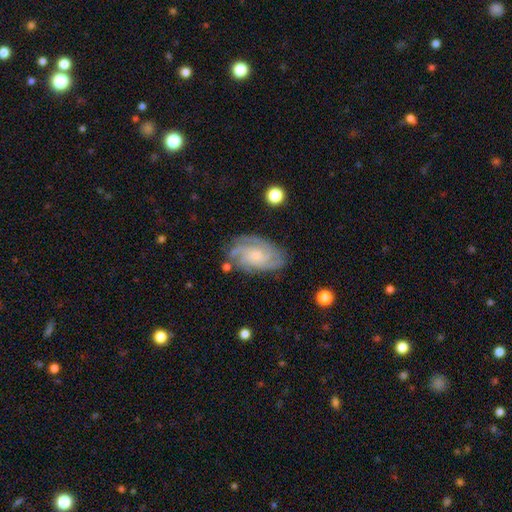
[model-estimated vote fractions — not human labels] Q: Smooth or featured?
A: featured or disk (82%); runner-up: smooth (12%)
Q: Edge-on disk?
A: no (97%); runner-up: yes (3%)
Q: Bar?
A: no (67%); runner-up: weak (28%)
Q: Spiral arms?
A: yes (97%); runner-up: no (3%)
Q: Spiral winding?
A: tight (61%); runner-up: medium (32%)
Q: Spiral arm count?
A: 3 (31%); runner-up: 4 (23%)
Q: Bulge size?
A: small (53%); runner-up: moderate (27%)
Q: Merging?
A: none (76%); runner-up: minor disturbance (17%)